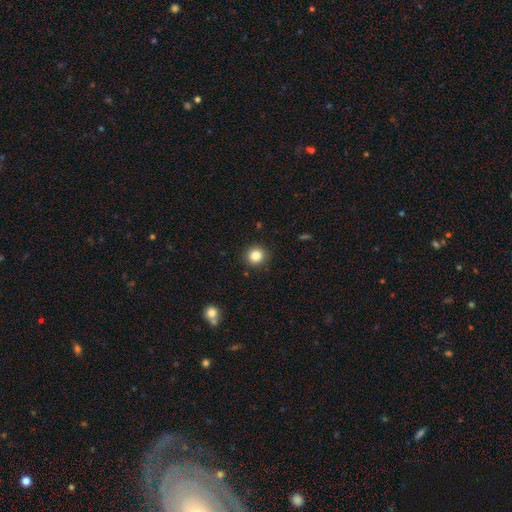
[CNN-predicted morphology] type=smooth (85%); roundness=round (93%); merging=none (91%).